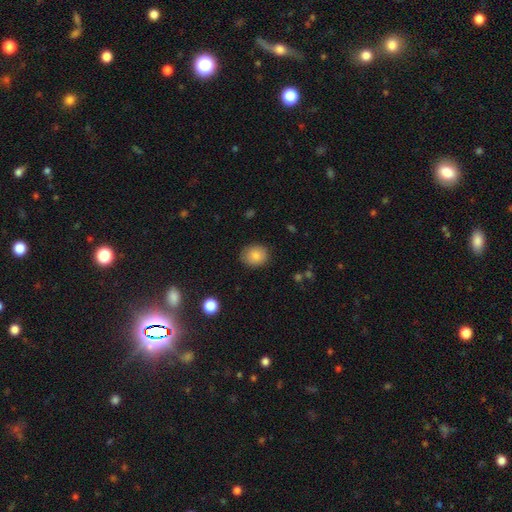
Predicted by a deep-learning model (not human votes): Smooth or featured? Predicted: smooth (p=0.82). How rounded? Predicted: round (p=0.65). Merging? Predicted: none (p=0.85).